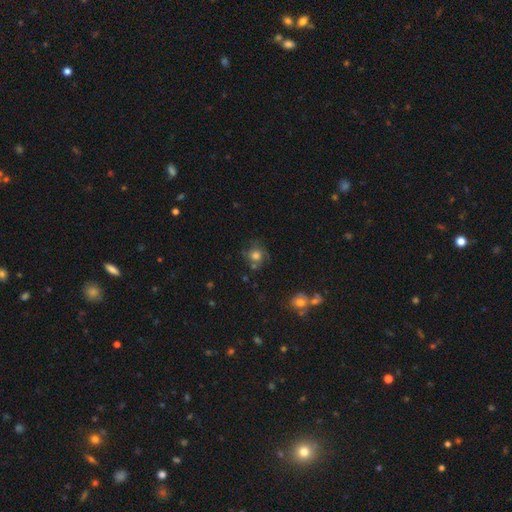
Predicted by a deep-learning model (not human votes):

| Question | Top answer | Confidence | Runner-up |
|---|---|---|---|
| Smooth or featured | smooth | 65% | featured or disk (21%) |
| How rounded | round | 83% | in between (16%) |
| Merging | none | 61% | minor disturbance (19%) |